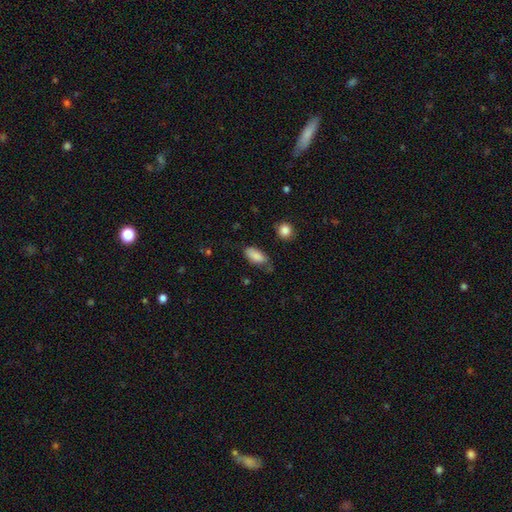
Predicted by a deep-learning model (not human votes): Morphology: type=smooth (85%); roundness=in between (89%); merging=none (59%).